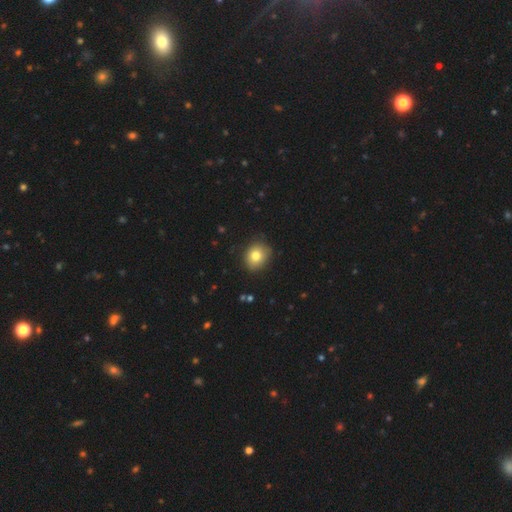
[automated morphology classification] type=smooth (79%); roundness=round (63%); merging=none (84%).